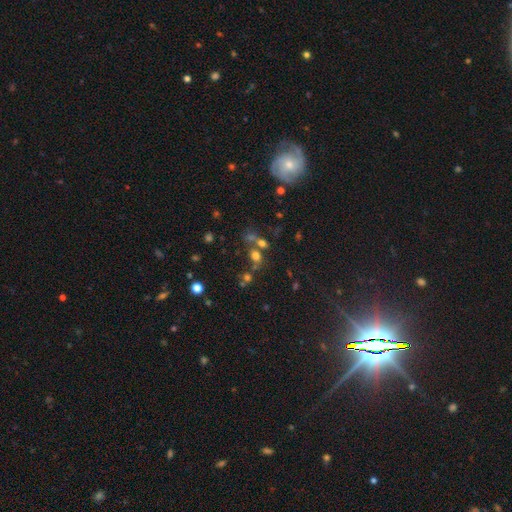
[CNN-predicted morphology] type=smooth (63%); roundness=round (56%); merging=none (51%).